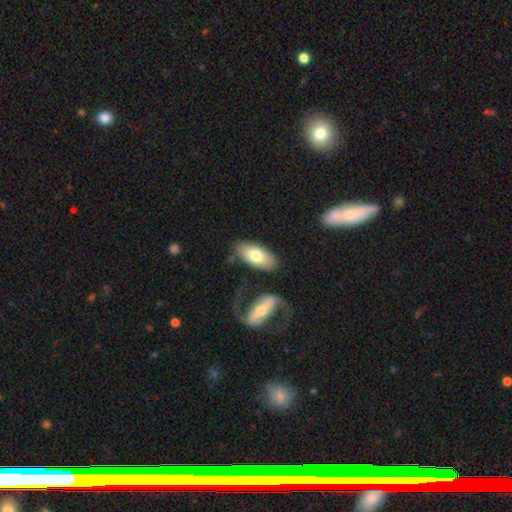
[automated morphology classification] A smooth galaxy with no disk features (68%) that is in between round and cigar-shaped (90%). Merging: none (73%).